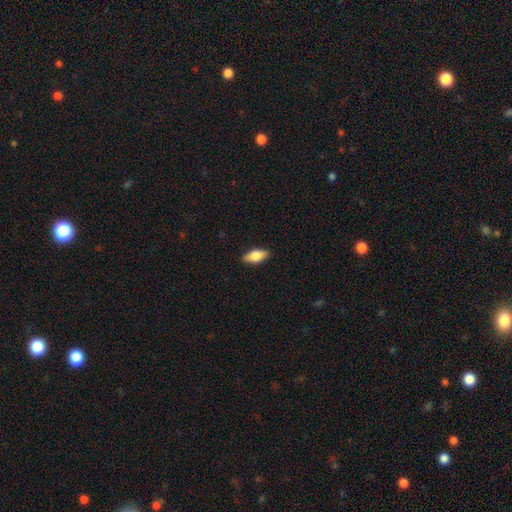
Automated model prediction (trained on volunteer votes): smooth 74%, featured or disk 19%, star or artifact 6%. Down the decision tree: how rounded — in between (84%); merging — none (88%).